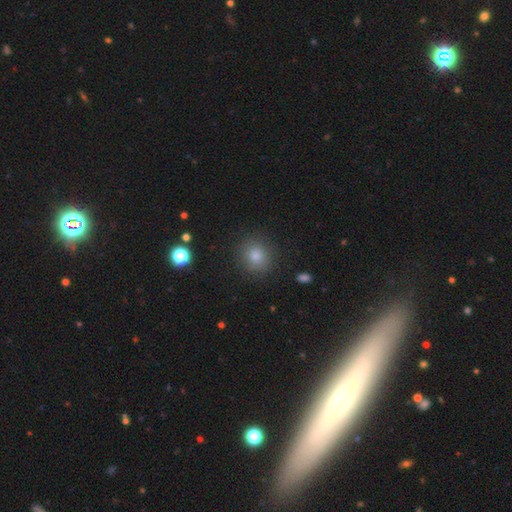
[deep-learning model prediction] smooth-or-featured: smooth: 77% | star or artifact: 16% | featured or disk: 7%
  how-rounded: round: 86% | in between: 13% | cigar-shaped: 1%
  merging: none: 89% | minor disturbance: 7% | major disturbance: 2% | merger: 1%